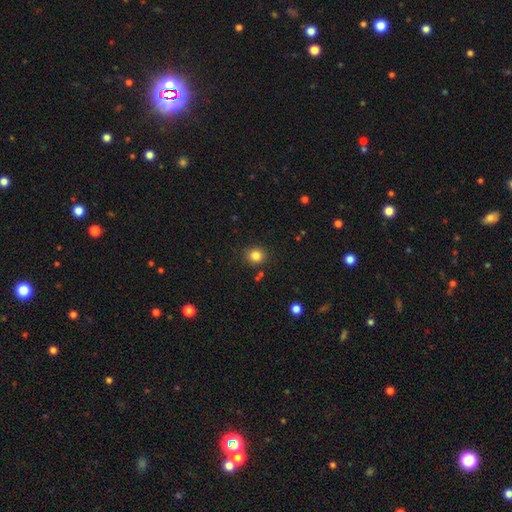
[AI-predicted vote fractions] A smooth galaxy with no disk features (83%) that is round (84%). Merging: none (87%).